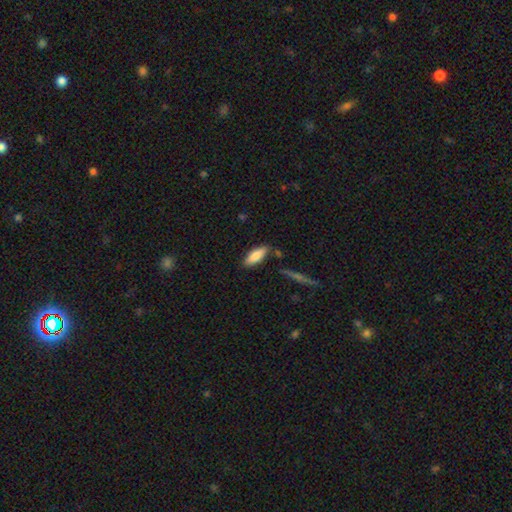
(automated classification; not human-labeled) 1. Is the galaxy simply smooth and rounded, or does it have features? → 79% smooth, 15% featured or disk, 6% star or artifact.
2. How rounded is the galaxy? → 66% in between, 32% cigar-shaped, 2% round.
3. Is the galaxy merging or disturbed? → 78% none, 14% minor disturbance, 5% merger, 3% major disturbance.